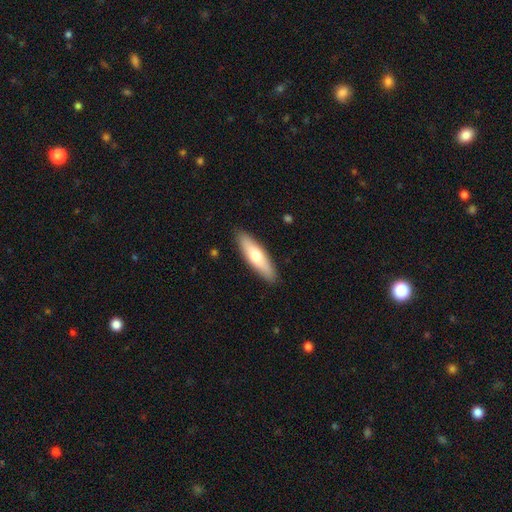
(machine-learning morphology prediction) This appears to be a smooth galaxy with no disk features (65%) that is cigar-shaped (64%). Merging: none (89%).